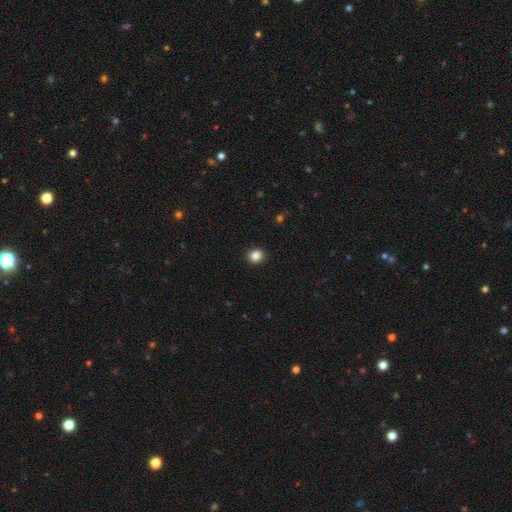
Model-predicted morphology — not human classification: Smooth or featured?
  - smooth: 85% *
  - star or artifact: 11%
  - featured or disk: 4%
How rounded?
  - round: 85% *
  - in between: 14%
  - cigar-shaped: 1%
Merging?
  - none: 93% *
  - minor disturbance: 5%
  - major disturbance: 2%
  - merger: 1%